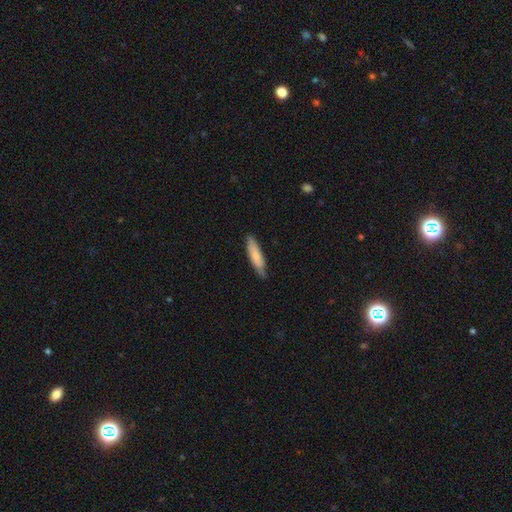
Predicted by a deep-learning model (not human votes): A smooth galaxy with no disk features (77%) that is cigar-shaped (74%). Merging: none (75%).